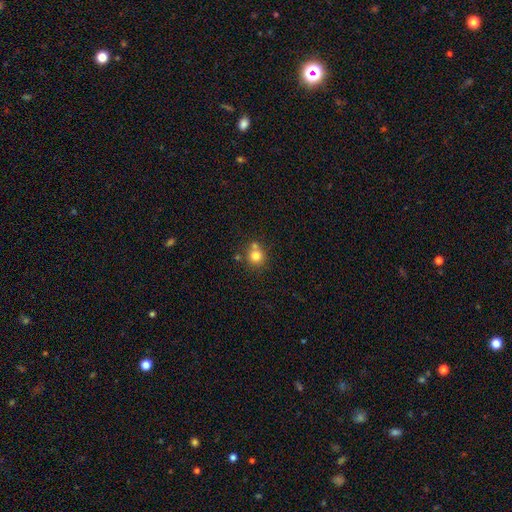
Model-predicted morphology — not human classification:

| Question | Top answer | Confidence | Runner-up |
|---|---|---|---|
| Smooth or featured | smooth | 78% | star or artifact (12%) |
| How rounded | round | 91% | in between (9%) |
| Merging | none | 63% | merger (25%) |